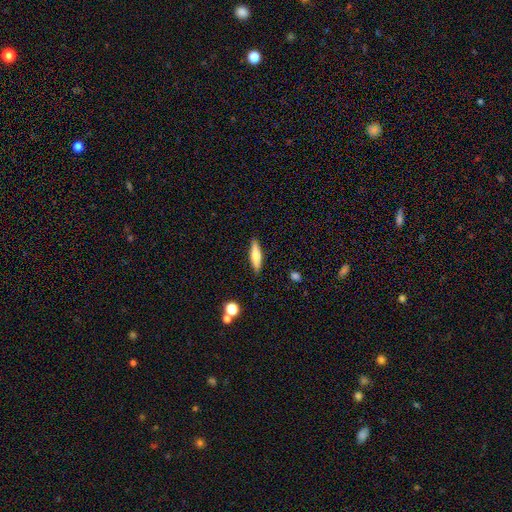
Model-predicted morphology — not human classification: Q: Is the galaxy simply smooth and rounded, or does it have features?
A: smooth — 60%.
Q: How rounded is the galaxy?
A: cigar-shaped — 68%.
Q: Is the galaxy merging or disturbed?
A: none — 87%.